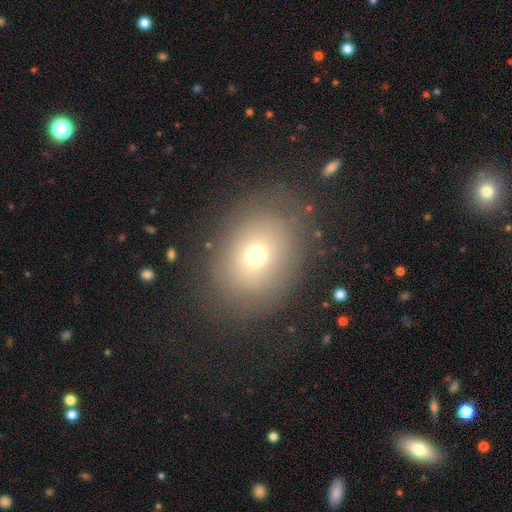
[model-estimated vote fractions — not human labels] Overall: smooth (68%). How rounded: in between (53%; round 46%). Merging: none (79%).